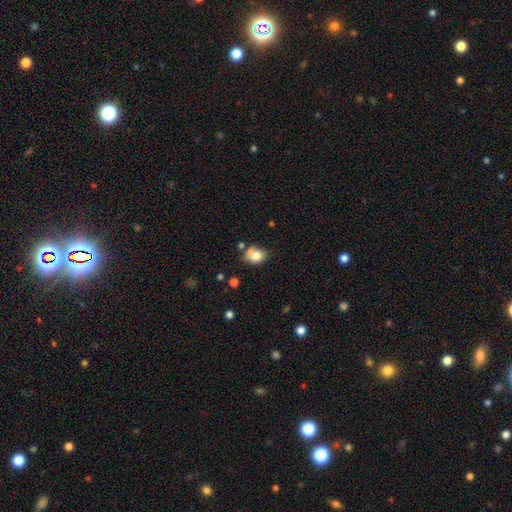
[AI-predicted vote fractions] smooth_or_featured: smooth (p=0.79) [alt: featured or disk p=0.11]
how_rounded: in between (p=0.57) [alt: round p=0.42]
merging: none (p=0.52) [alt: minor disturbance p=0.26]